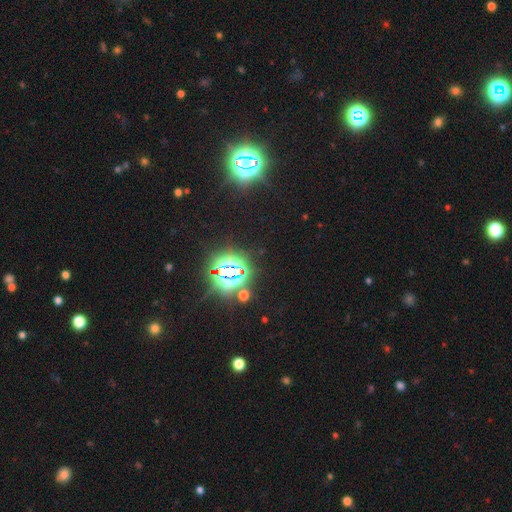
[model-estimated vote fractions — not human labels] star or artifact 83%, smooth 11%, featured or disk 6%.